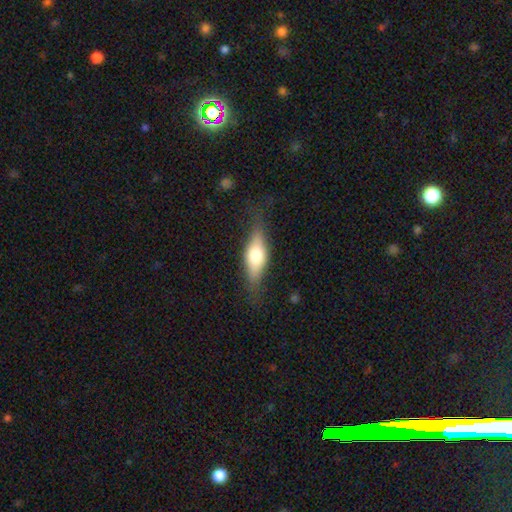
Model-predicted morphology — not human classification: A smooth galaxy with no disk features (54%) that is in between round and cigar-shaped (61%). Merging: none (70%).